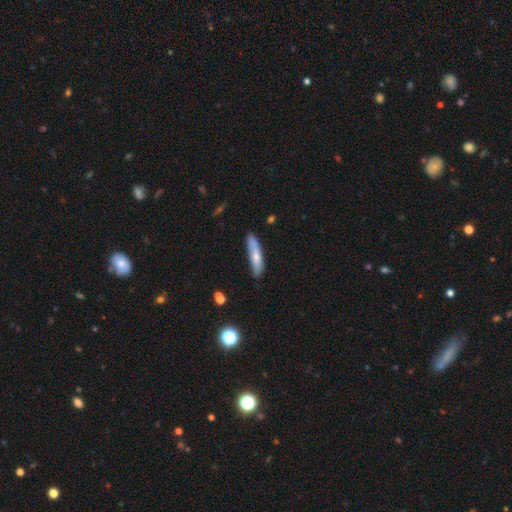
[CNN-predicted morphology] Smooth or featured: smooth — 70% (featured or disk — 24%)
How rounded: cigar-shaped — 82% (in between — 16%)
Merging: none — 75% (minor disturbance — 19%)